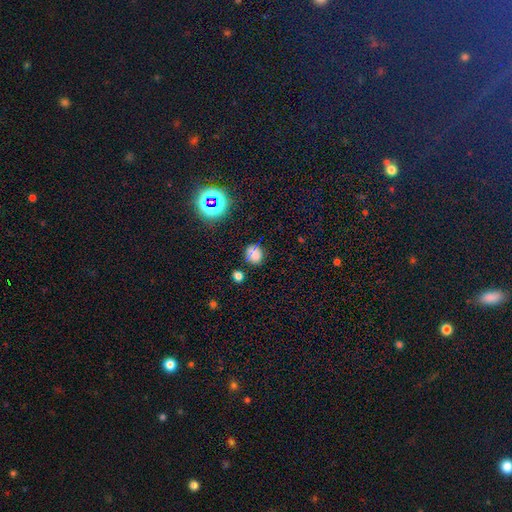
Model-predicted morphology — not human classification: Smooth or featured: smooth — 71% (star or artifact — 19%)
How rounded: round — 65% (in between — 34%)
Merging: none — 71% (minor disturbance — 17%)